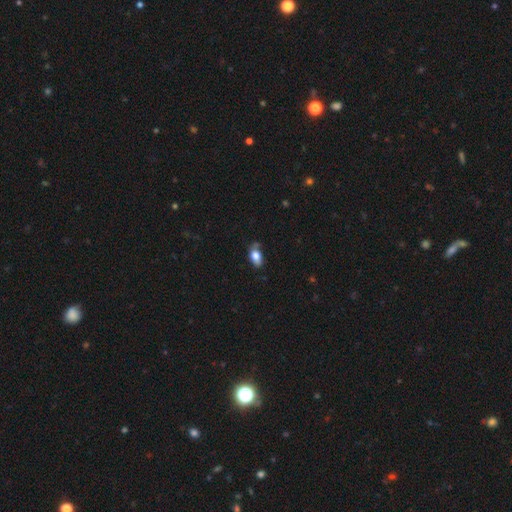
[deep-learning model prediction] Overall: smooth (75%). How rounded: in between (89%). Merging: none (59%; minor disturbance 30%).